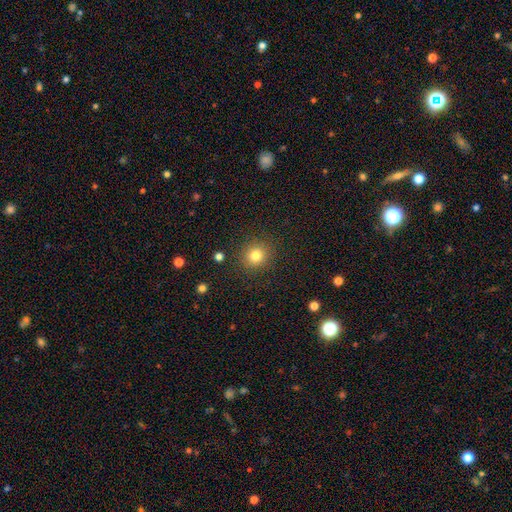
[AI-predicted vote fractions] Overall: smooth (81%). How rounded: round (87%). Merging: none (89%).